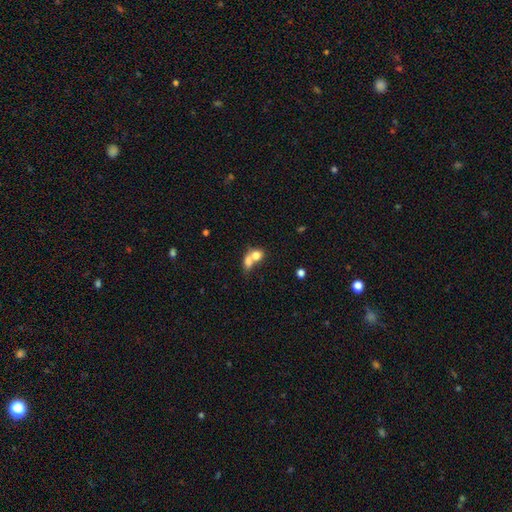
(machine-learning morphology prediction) A smooth galaxy with no disk features (73%) that is round (52%).

Vote fractions:
- Smooth or featured? smooth: 73% / featured or disk: 17% / star or artifact: 9%
- How rounded? round: 52% / in between: 46% / cigar-shaped: 2%
- Merging? merger: 72% / none: 18% / minor disturbance: 6% / major disturbance: 4%